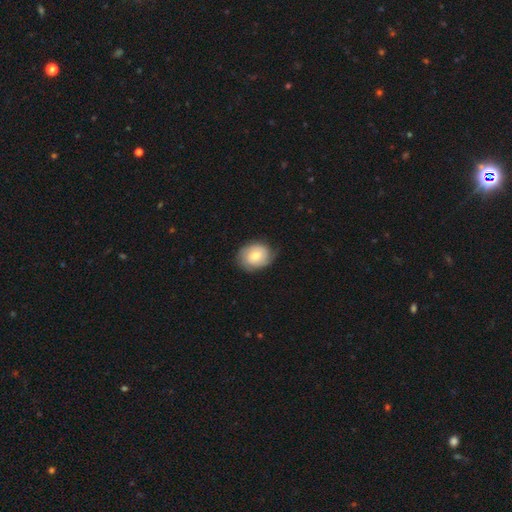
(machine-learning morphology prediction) A featured or disk galaxy (48%). Merging: none (75%).